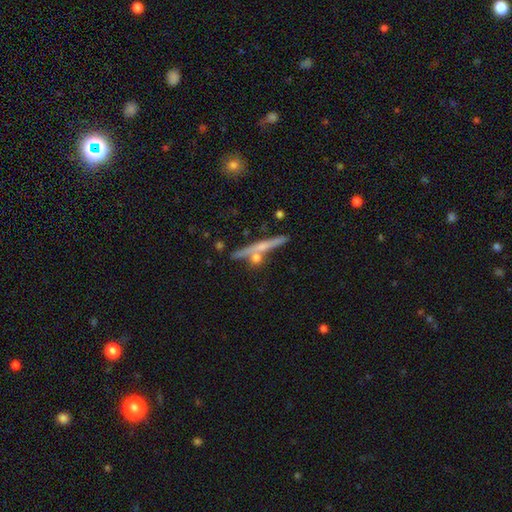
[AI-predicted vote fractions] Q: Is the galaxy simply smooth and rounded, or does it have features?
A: featured or disk — 54%.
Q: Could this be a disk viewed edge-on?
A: yes — 92%.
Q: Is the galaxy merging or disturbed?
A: none — 69%.